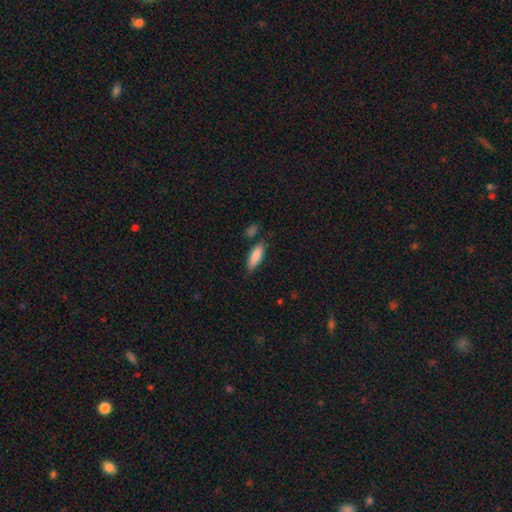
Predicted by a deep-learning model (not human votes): The model was most divided on "how rounded" (2-way tie): in between: 49%, cigar-shaped: 49%, round: 2%. More confident: smooth or featured — smooth (85%); merging — none (77%).